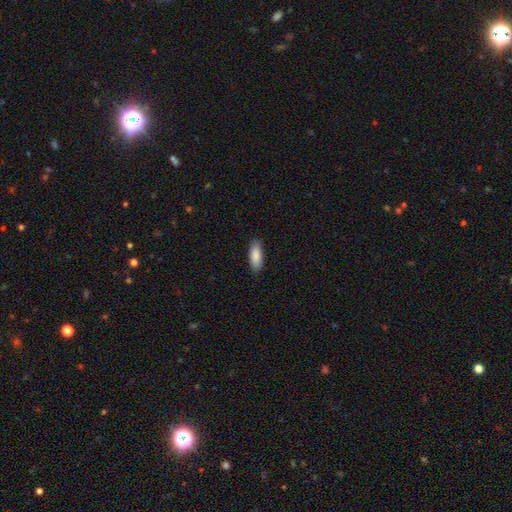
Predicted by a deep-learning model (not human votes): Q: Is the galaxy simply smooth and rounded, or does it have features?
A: smooth — 88%.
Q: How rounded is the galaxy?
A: in between — 68%.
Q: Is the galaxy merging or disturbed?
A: none — 88%.